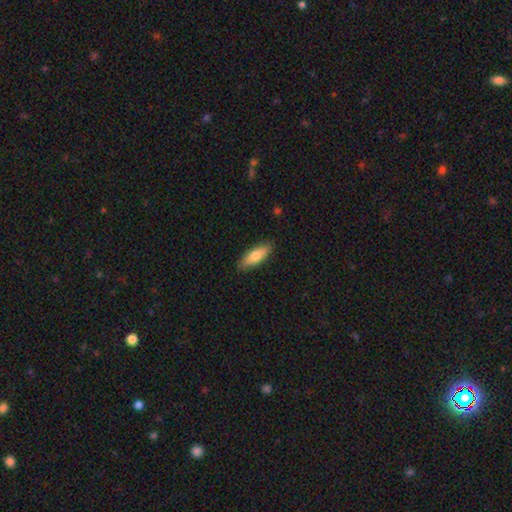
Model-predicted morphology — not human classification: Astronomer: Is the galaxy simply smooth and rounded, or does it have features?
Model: smooth — 74%.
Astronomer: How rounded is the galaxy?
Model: in between — 59% (runner-up: cigar-shaped, 39%).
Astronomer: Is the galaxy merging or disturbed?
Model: none — 85%.